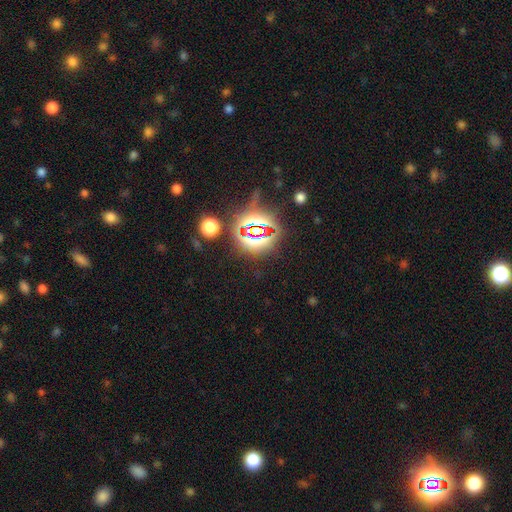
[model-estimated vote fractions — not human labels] Smooth or featured? Predicted: star or artifact (p=0.79).